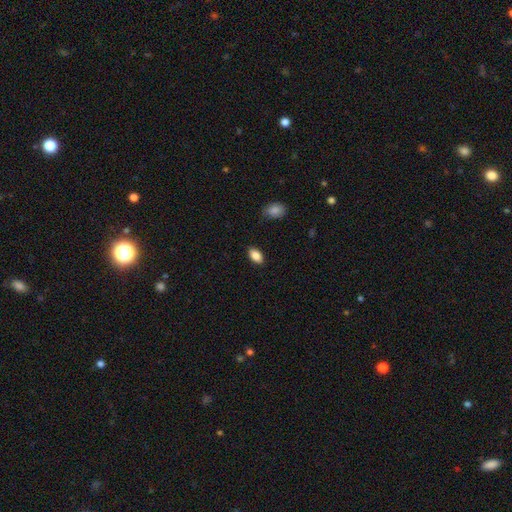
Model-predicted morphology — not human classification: smooth-or-featured: smooth: 86% | star or artifact: 8% | featured or disk: 6%
  how-rounded: in between: 92% | round: 5% | cigar-shaped: 3%
  merging: none: 88% | minor disturbance: 9% | major disturbance: 2% | merger: 1%